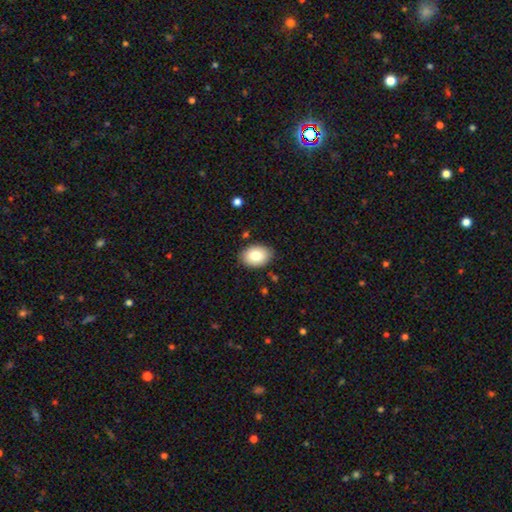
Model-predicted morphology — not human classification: Q: Smooth or featured?
A: smooth (82%); runner-up: featured or disk (11%)
Q: How rounded?
A: in between (79%); runner-up: round (20%)
Q: Merging?
A: none (85%); runner-up: minor disturbance (11%)